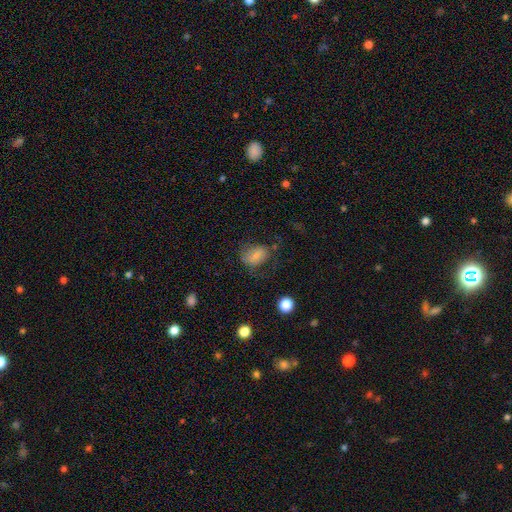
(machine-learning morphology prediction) Smooth or featured? Predicted: smooth (p=0.70). How rounded? Predicted: in between (p=0.71). Merging? Predicted: none (p=0.48).